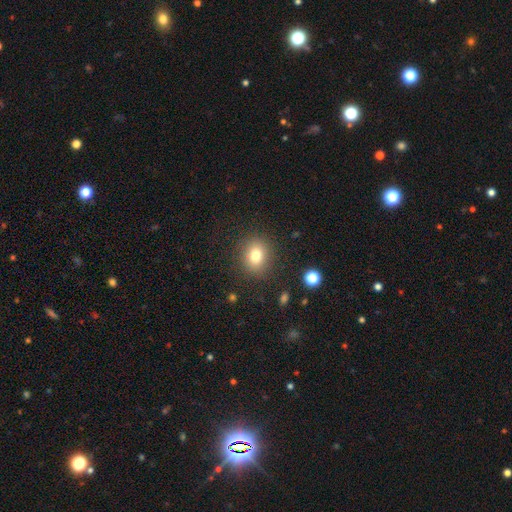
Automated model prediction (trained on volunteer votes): Smooth or featured? smooth (79%)
How rounded? round (67%)
Merging? none (87%)